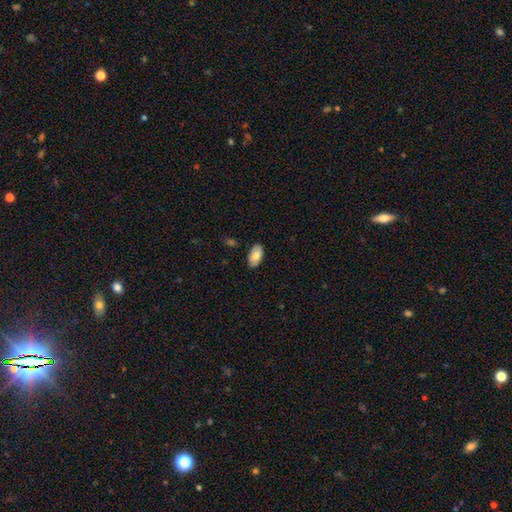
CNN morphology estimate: A smooth galaxy with no disk features (79%) that is in between round and cigar-shaped (95%).

Vote fractions:
- Smooth or featured? smooth: 79% / featured or disk: 15% / star or artifact: 6%
- How rounded? in between: 95% / round: 3% / cigar-shaped: 2%
- Merging? none: 87% / minor disturbance: 10% / major disturbance: 2% / merger: 1%